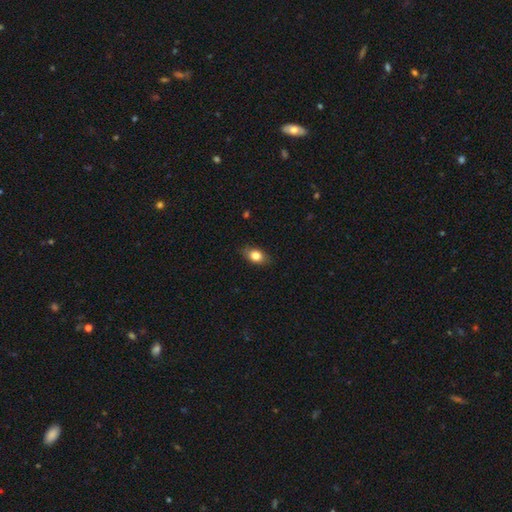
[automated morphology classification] smooth_or_featured: smooth (p=0.82) [alt: featured or disk p=0.10]
how_rounded: in between (p=0.79) [alt: round p=0.18]
merging: none (p=0.82) [alt: minor disturbance p=0.14]